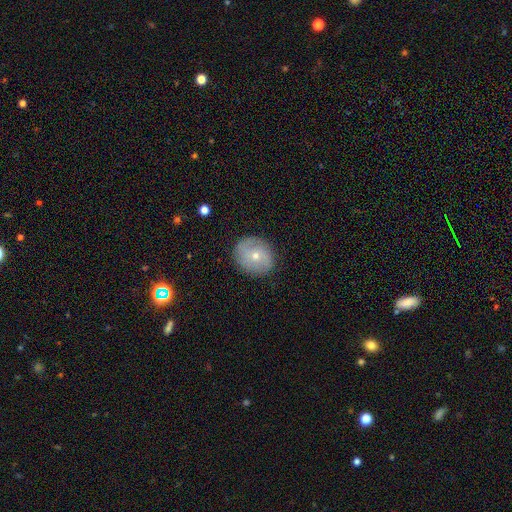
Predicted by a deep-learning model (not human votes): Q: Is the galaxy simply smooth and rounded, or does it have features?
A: smooth — 48%.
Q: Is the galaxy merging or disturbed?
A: none — 84%.